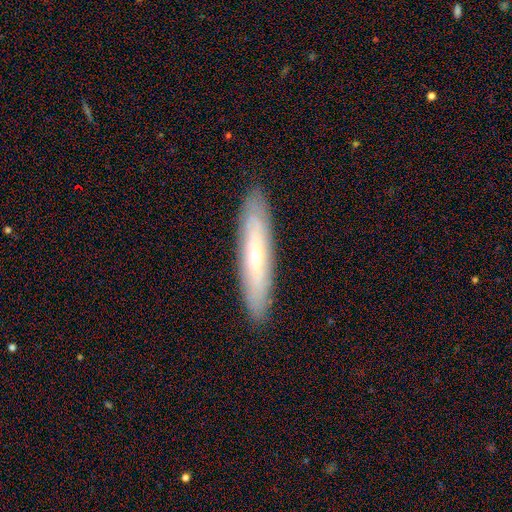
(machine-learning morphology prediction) featured or disk 47%, smooth 46%, star or artifact 6%. Down the decision tree: merging — none (90%).